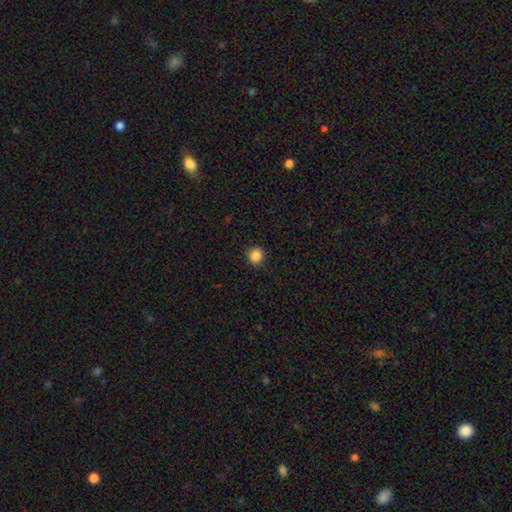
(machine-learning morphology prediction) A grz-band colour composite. It shows a smooth galaxy with no disk features (86%) that is round (94%). Merging: none (91%).